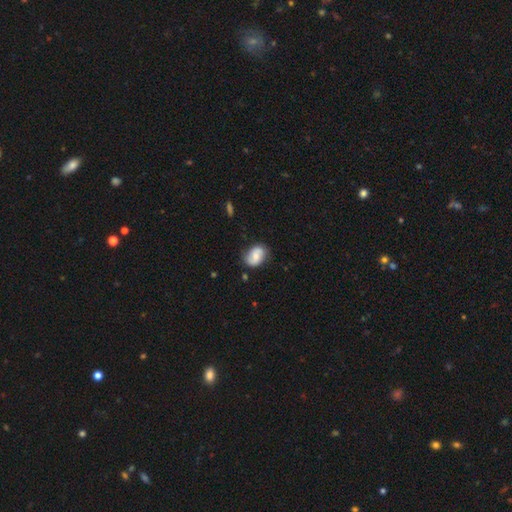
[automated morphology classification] This appears to be a smooth galaxy with no disk features (51%) that is in between round and cigar-shaped (73%). Merging: none (74%).